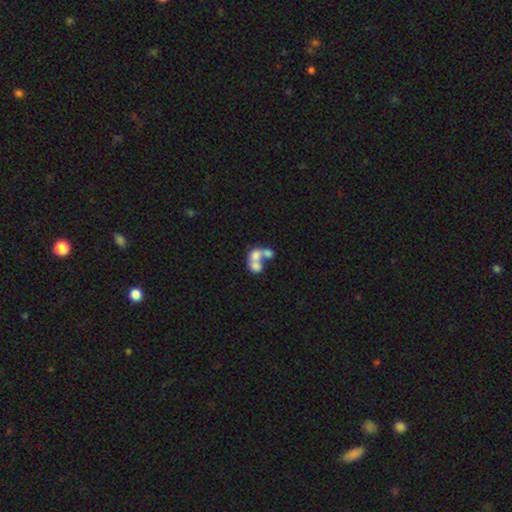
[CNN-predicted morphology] Overall: smooth (60%; featured or disk 29%). How rounded: in between (56%; round 42%). Merging: merger (72%).